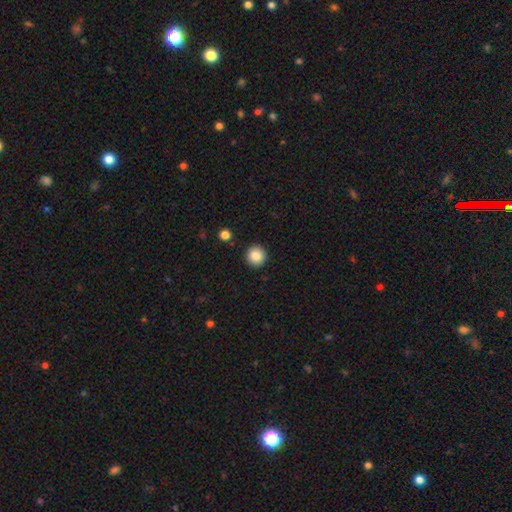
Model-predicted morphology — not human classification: Q: Smooth or featured?
A: smooth (86%); runner-up: star or artifact (9%)
Q: How rounded?
A: round (95%); runner-up: in between (4%)
Q: Merging?
A: none (92%); runner-up: minor disturbance (5%)